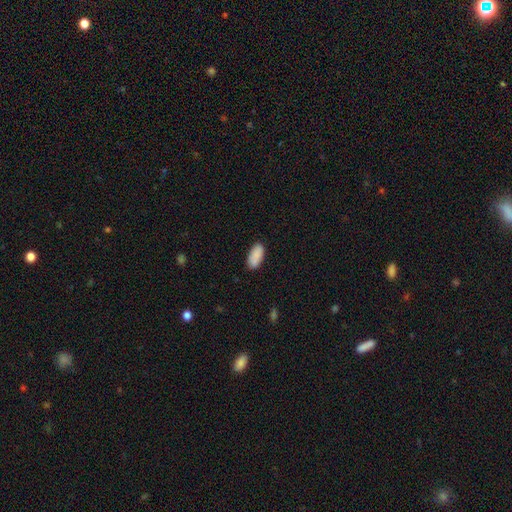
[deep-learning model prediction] This is clearly a smooth galaxy (89%). How rounded: clearly in between (89%). Merging: clearly none (85%).